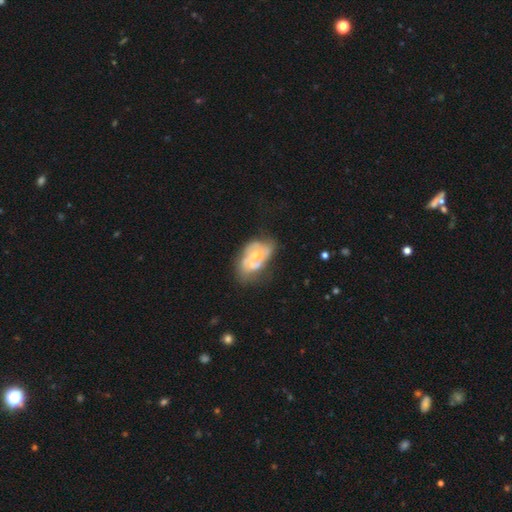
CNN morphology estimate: This appears to be a featured or disk galaxy (65%) with no bar (84%), no spiral arms (61%) and a moderate central bulge (53%). Merging: merger (50%).